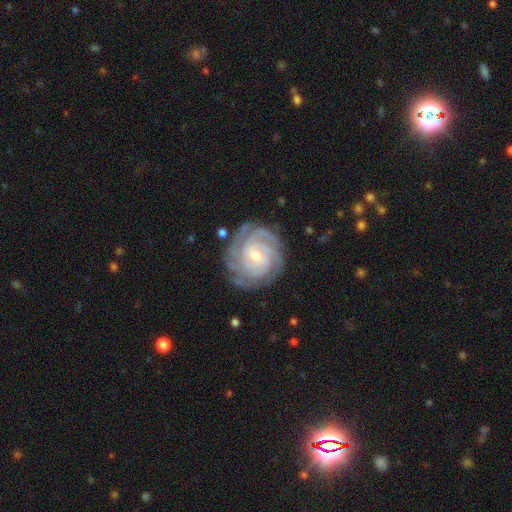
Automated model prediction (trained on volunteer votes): smooth-or-featured: featured or disk: 89% | smooth: 6% | star or artifact: 5%
  disk-edge-on: no: 98% | yes: 2%
    bar: weak: 45% | no: 43% | strong: 12%
    has-spiral-arms: yes: 98% | no: 2%
      spiral-winding: tight: 78% | medium: 19% | loose: 3%
      spiral-arm-count: 4: 33% | 3: 22% | can't tell: 21% | more than 4: 9% | 2: 9% | 1: 6%
    bulge-size: small: 61% | moderate: 36% | large: 2% | none: 1% | dominant: 1%
  merging: none: 81% | minor disturbance: 14% | major disturbance: 4% | merger: 1%